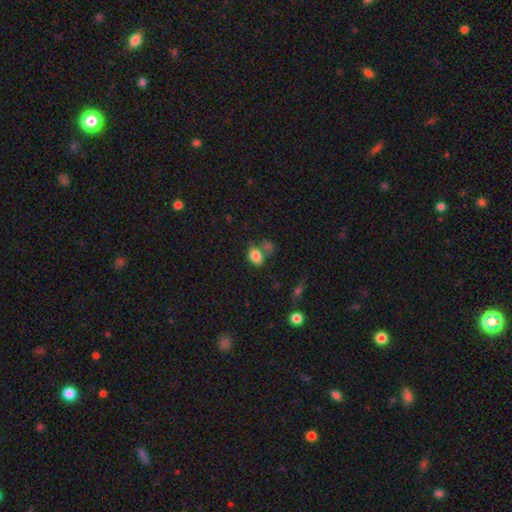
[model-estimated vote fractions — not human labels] The model was most divided on "merging": none: 53%, merger: 22%, minor disturbance: 18%, major disturbance: 7%. More confident: smooth or featured — smooth (82%); how rounded — in between (75%).